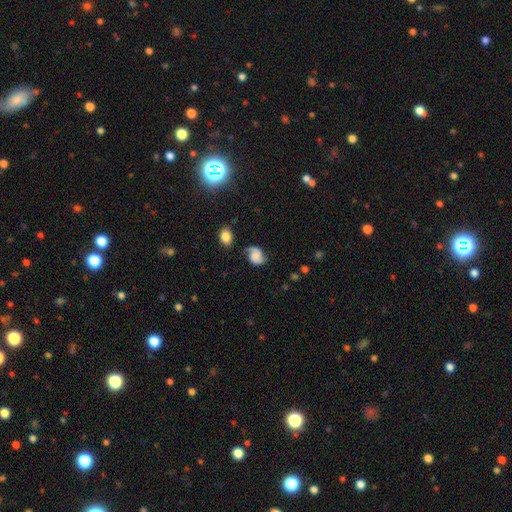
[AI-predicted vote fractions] featured or disk 62%, smooth 29%, star or artifact 9%. Down the decision tree: edge-on disk — no (97%); bar — no (60%); spiral arms — yes (94%); spiral arm count — 2 (90%); spiral winding — medium (42%); bulge size — none (46%); merging — none (68%).